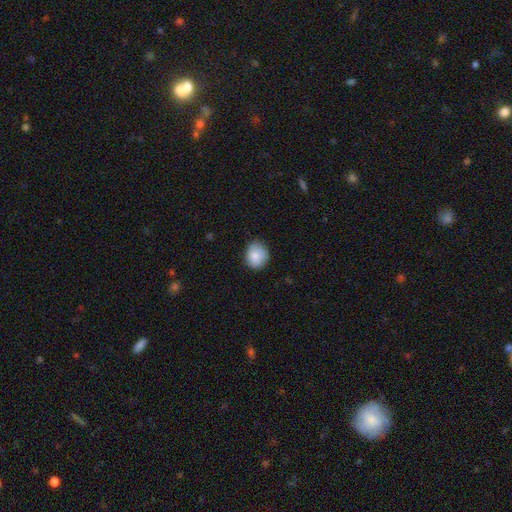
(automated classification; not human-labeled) Smooth or featured: smooth — 79% (featured or disk — 13%)
How rounded: round — 74% (in between — 25%)
Merging: none — 76% (minor disturbance — 19%)